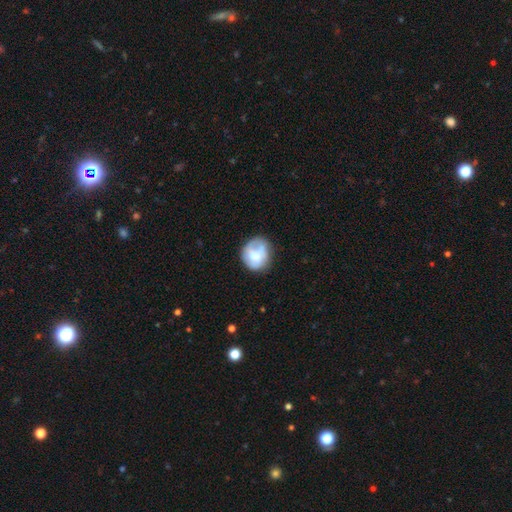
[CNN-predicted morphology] Smooth or featured: smooth — 59% (featured or disk — 33%)
How rounded: round — 68% (in between — 31%)
Merging: none — 54% (minor disturbance — 28%)